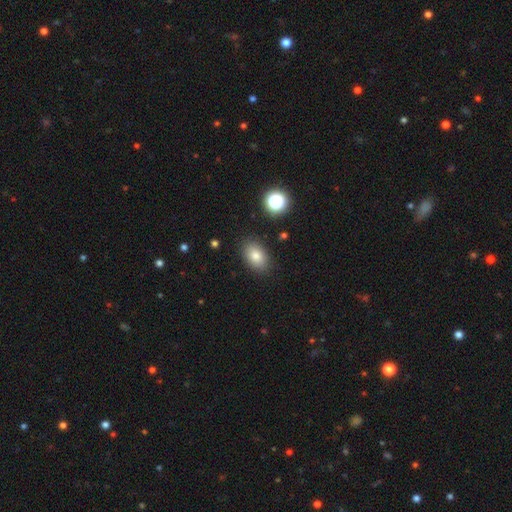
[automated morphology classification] This appears to be a smooth galaxy with no disk features (81%) that is in between round and cigar-shaped (84%). Merging: none (87%).